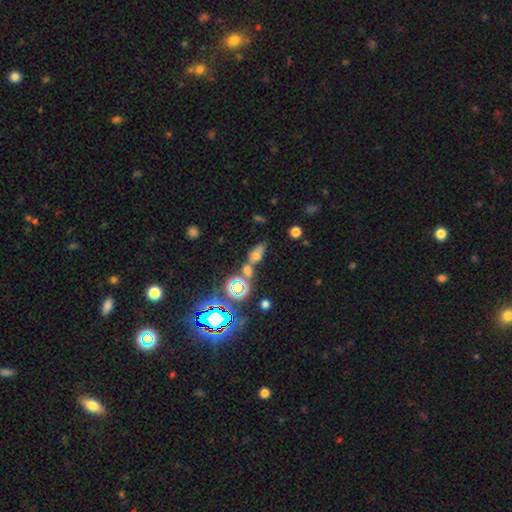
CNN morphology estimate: A smooth galaxy with no disk features (56%) that is in between round and cigar-shaped (75%).

Vote fractions:
- Smooth or featured? smooth: 56% / star or artifact: 28% / featured or disk: 16%
- How rounded? in between: 75% / round: 14% / cigar-shaped: 11%
- Merging? none: 46% / merger: 35% / minor disturbance: 12% / major disturbance: 6%